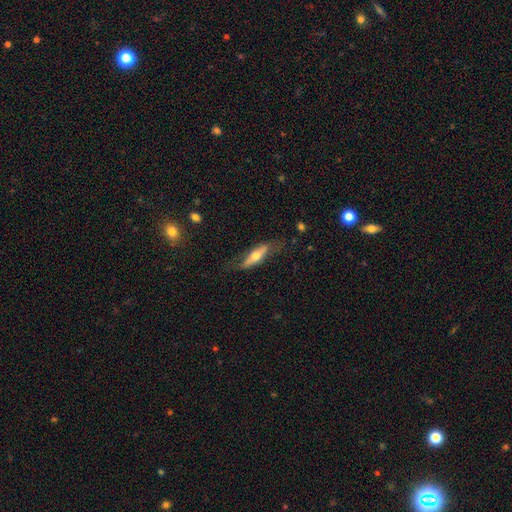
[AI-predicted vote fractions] This appears to be a featured or disk galaxy (50%). Merging: none (66%).